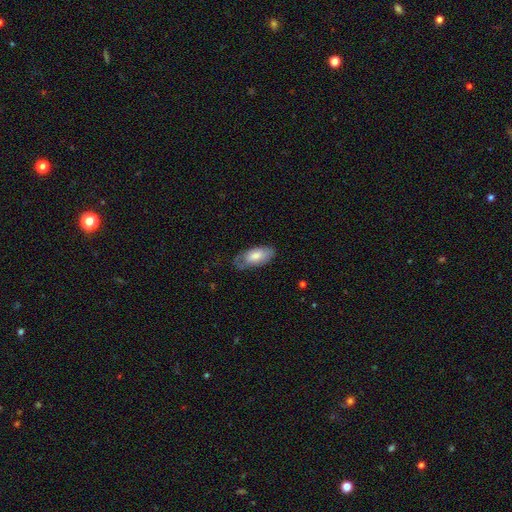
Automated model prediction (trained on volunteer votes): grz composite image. It shows a smooth galaxy with no disk features (68%) that is in between round and cigar-shaped (90%). Merging: none (53%).